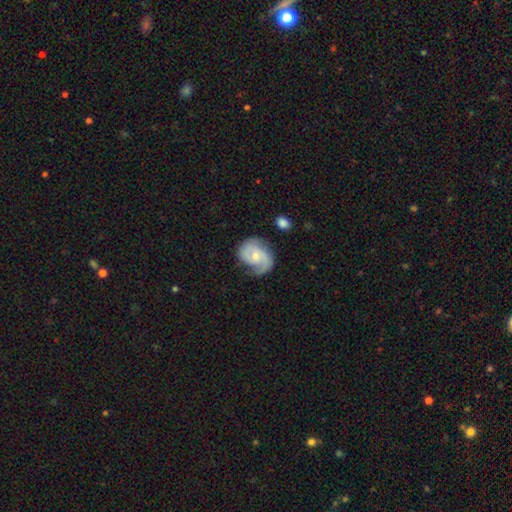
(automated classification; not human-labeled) smooth-or-featured: featured or disk: 77% | smooth: 18% | star or artifact: 5%
  disk-edge-on: no: 98% | yes: 2%
    bar: no: 56% | weak: 38% | strong: 7%
    has-spiral-arms: yes: 93% | no: 7%
      spiral-winding: medium: 45% | tight: 32% | loose: 23%
      spiral-arm-count: 2: 68% | 1: 20% | can't tell: 8% | 3: 2% | 4: 1% | more than 4: 1%
    bulge-size: small: 50% | moderate: 45% | none: 2% | large: 2% | dominant: 1%
  merging: none: 61% | minor disturbance: 24% | major disturbance: 13% | merger: 2%